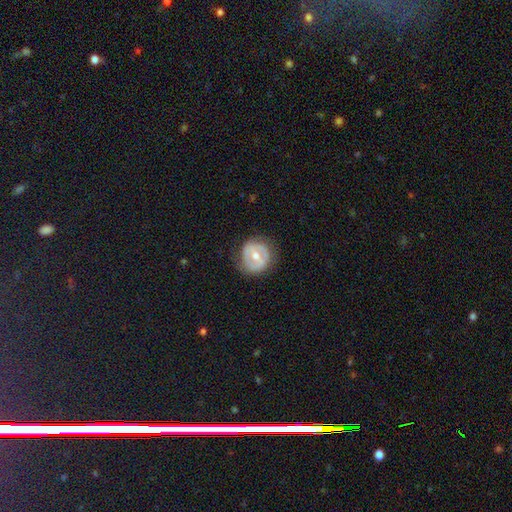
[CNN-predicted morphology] A featured or disk galaxy (56%) with a weak bar (42%), no spiral arms (70%) and a moderate central bulge (74%). Merging: none (75%).